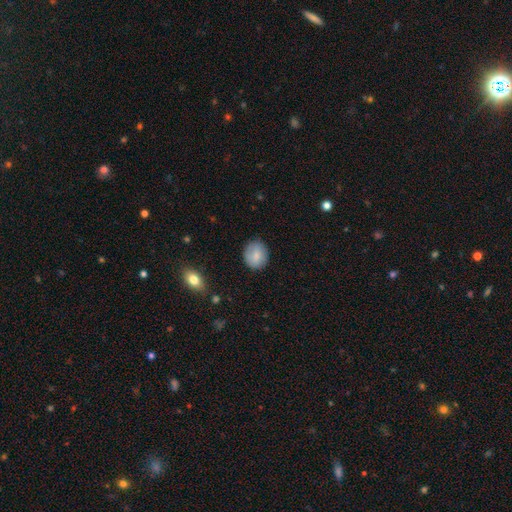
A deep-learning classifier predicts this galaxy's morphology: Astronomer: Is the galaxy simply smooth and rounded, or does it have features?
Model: smooth — 79%.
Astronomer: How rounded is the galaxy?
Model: round — 66%.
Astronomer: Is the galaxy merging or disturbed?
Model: none — 81%.